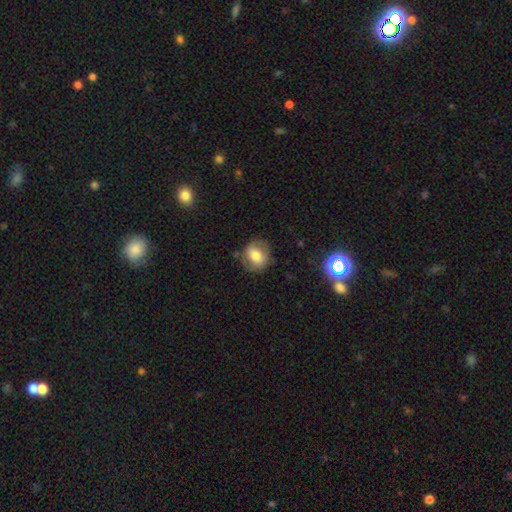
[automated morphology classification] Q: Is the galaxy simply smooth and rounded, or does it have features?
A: smooth — 65%.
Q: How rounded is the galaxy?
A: round — 59%.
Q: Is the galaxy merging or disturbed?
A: none — 73%.